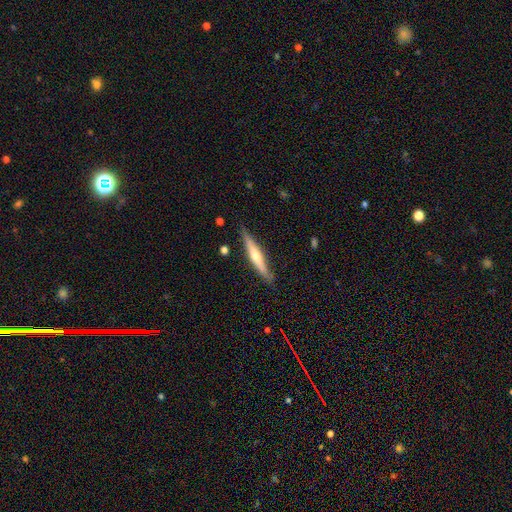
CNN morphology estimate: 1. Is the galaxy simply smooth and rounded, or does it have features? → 59% featured or disk, 36% smooth, 6% star or artifact.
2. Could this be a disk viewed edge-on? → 96% yes, 4% no.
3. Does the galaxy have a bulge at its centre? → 80% rounded, 14% none, 6% boxy.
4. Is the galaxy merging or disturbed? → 87% none, 10% minor disturbance, 2% major disturbance, 1% merger.